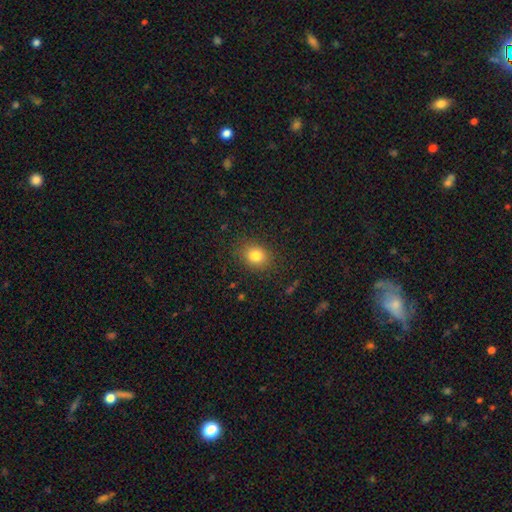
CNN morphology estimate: type=smooth (81%); roundness=round (61%); merging=none (86%).